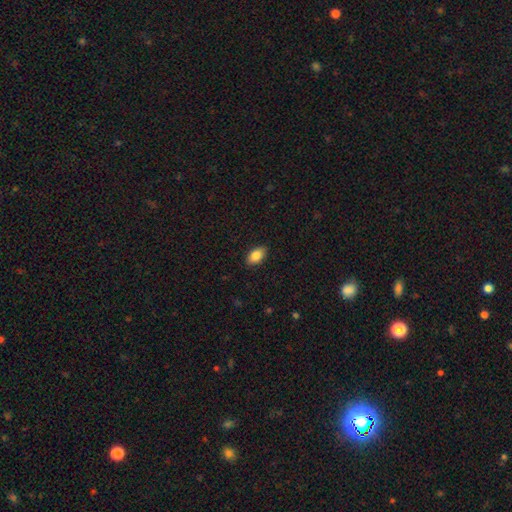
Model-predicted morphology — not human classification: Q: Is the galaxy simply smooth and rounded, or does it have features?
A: smooth — 85%.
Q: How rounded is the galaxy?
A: in between — 91%.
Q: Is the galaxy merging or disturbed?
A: none — 88%.